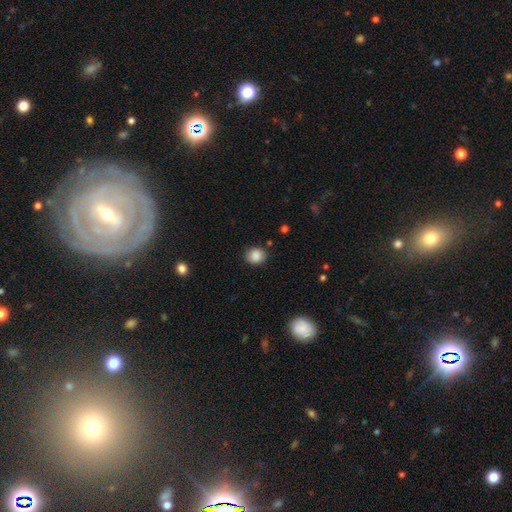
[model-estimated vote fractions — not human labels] Smooth or featured: smooth — 87% (star or artifact — 9%)
How rounded: round — 76% (in between — 23%)
Merging: none — 86% (minor disturbance — 10%)